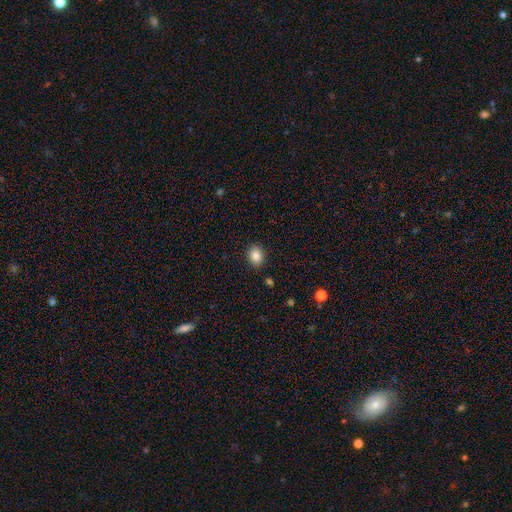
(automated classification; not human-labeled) Smooth or featured? smooth (86%)
How rounded? round (50%)
Merging? none (89%)